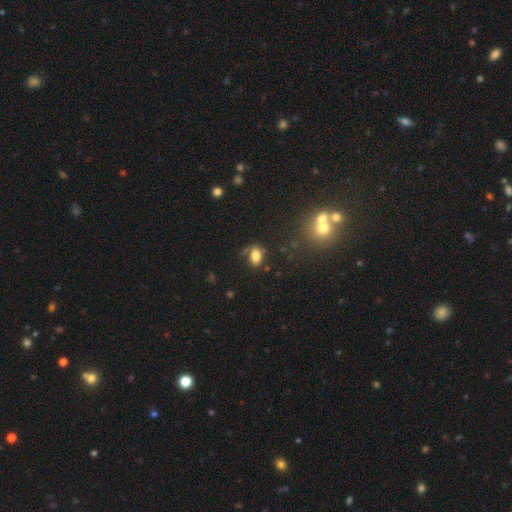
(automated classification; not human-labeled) smooth 79%, star or artifact 10%, featured or disk 10%. Down the decision tree: how rounded — in between (83%); merging — none (64%).